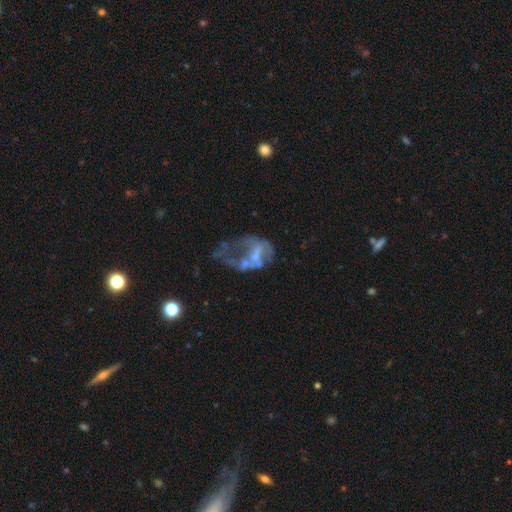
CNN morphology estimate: Overall: featured or disk (63%; smooth 23%). Edge-on disk: no (97%). Bar: no (71%). Spiral arms: no (82%). Bulge size: none (46%; small 31%). Merging: major disturbance (46%; merger 23%).